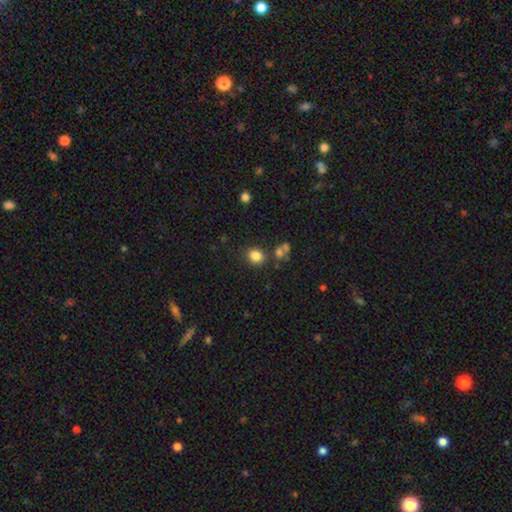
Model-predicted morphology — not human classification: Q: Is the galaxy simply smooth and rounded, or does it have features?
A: smooth — 83%.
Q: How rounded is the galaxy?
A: round — 68%.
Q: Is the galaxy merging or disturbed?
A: none — 78%.